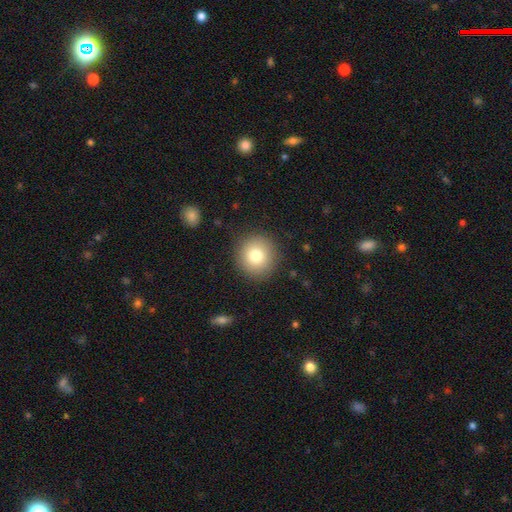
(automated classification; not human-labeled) smooth_or_featured: smooth (p=0.79) [alt: featured or disk p=0.11]
how_rounded: round (p=0.92) [alt: in between p=0.07]
merging: none (p=0.89) [alt: minor disturbance p=0.07]